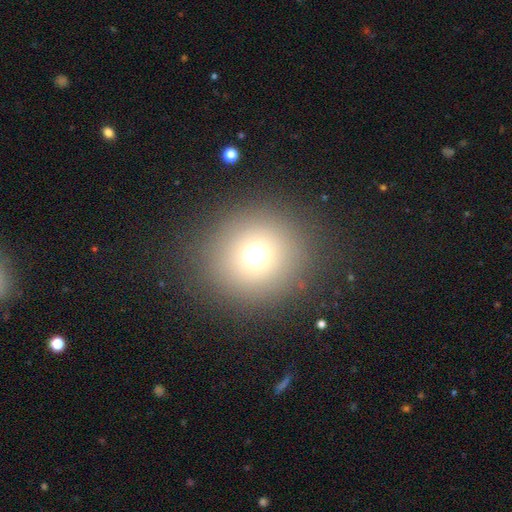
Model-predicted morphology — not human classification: This is likely a smooth galaxy (68%). How rounded: clearly round (94%). Merging: clearly none (89%).